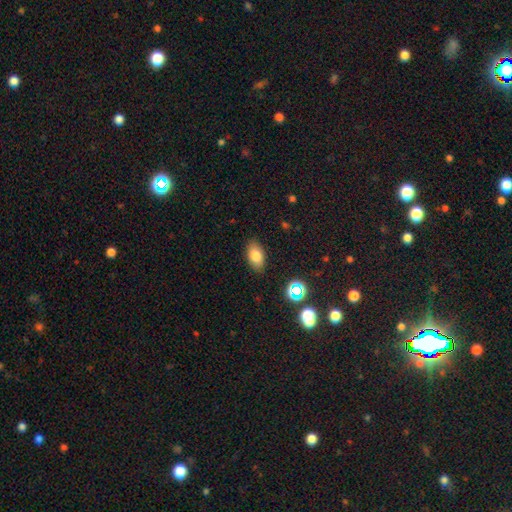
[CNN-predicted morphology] smooth-or-featured: smooth: 80% | star or artifact: 10% | featured or disk: 10%
  how-rounded: in between: 91% | round: 7% | cigar-shaped: 3%
  merging: none: 86% | minor disturbance: 10% | major disturbance: 3% | merger: 1%